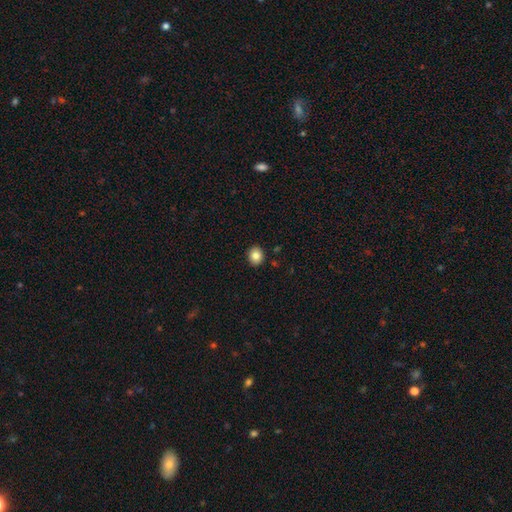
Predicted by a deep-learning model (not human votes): A smooth galaxy with no disk features (84%) that is round (70%). Merging: none (91%).